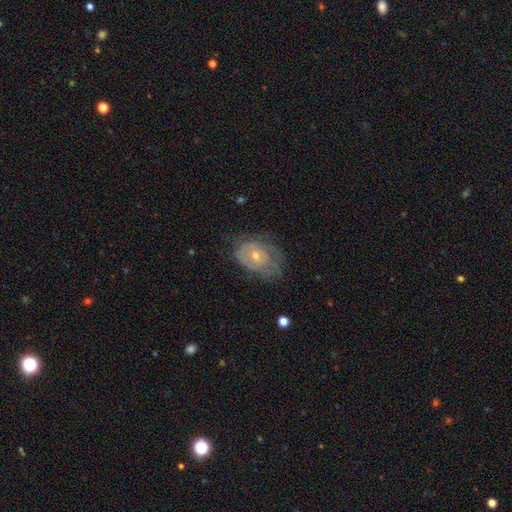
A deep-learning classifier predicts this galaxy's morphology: The model was most divided on "bulge size": small: 50%, moderate: 46%, large: 2%, none: 1%, dominant: 1%. More confident: edge-on disk — no (96%); bar — no (80%); spiral arms — yes (70%); smooth or featured — featured or disk (68%); merging — none (59%).